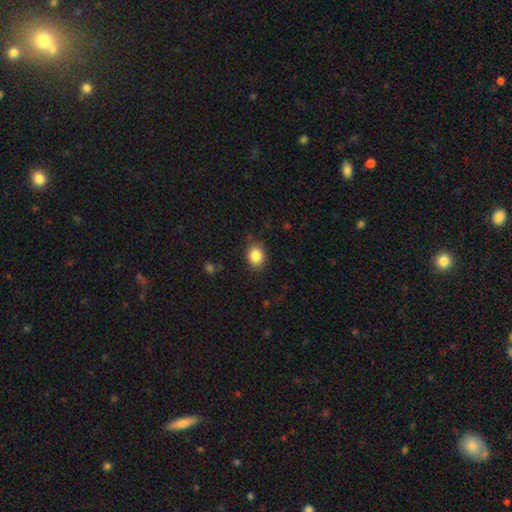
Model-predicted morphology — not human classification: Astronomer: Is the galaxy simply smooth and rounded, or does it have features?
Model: smooth — 86%.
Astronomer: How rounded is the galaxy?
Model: round — 52% (runner-up: in between, 48%).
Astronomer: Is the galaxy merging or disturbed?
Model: none — 82%.